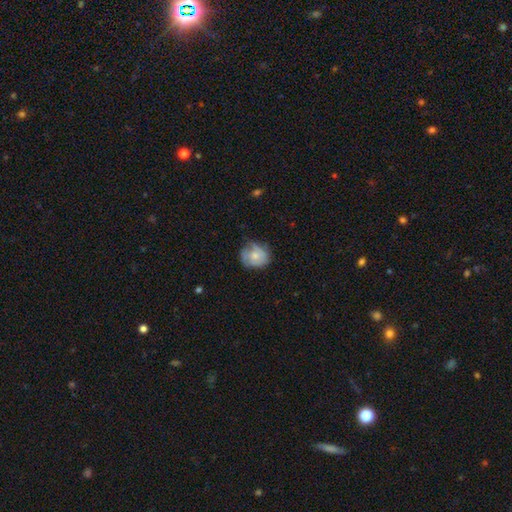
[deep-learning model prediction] Smooth or featured? Predicted: smooth (p=0.62). How rounded? Predicted: round (p=0.71). Merging? Predicted: none (p=0.59).